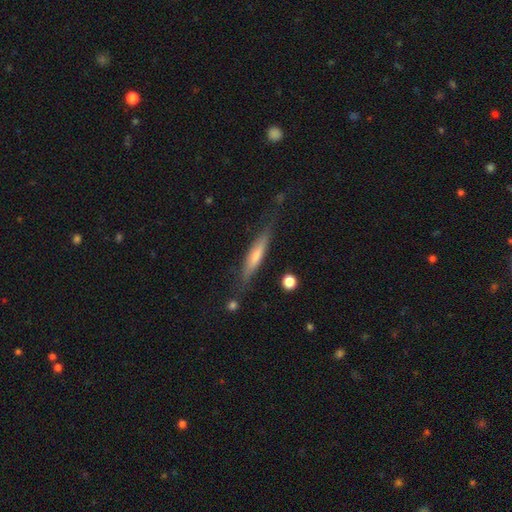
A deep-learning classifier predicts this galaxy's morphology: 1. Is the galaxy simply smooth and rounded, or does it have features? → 58% featured or disk, 32% smooth, 10% star or artifact.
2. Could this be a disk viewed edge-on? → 91% yes, 9% no.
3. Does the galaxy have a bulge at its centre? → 60% rounded, 28% none, 12% boxy.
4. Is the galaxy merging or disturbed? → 75% none, 17% minor disturbance, 5% major disturbance, 3% merger.